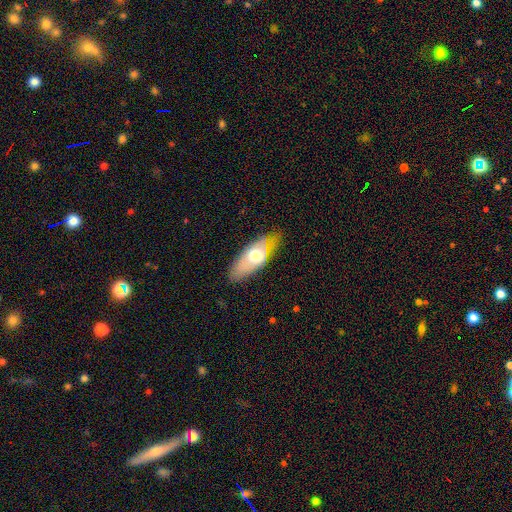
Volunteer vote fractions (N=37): This is possibly a smooth galaxy (54%). How rounded: likely in between (75%). Merging: clearly none (91%).